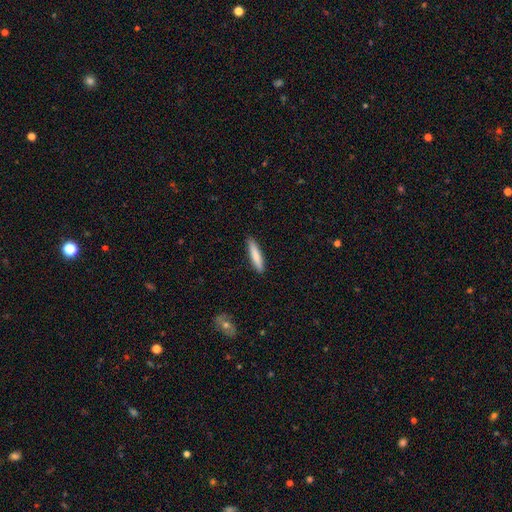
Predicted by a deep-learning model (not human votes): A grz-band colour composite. It shows a smooth galaxy with no disk features (82%) that is cigar-shaped (88%). Merging: none (90%).